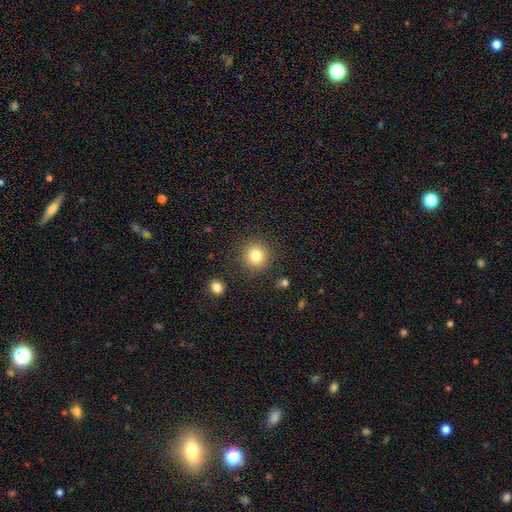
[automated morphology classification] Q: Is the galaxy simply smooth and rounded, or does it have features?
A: smooth — 81%.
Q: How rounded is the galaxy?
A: round — 94%.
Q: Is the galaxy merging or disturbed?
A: none — 88%.